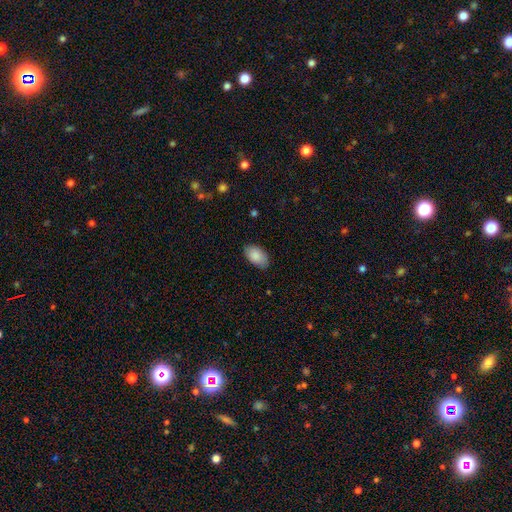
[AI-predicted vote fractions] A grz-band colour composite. It shows a smooth galaxy with no disk features (88%) that is in between round and cigar-shaped (94%). Merging: none (82%).